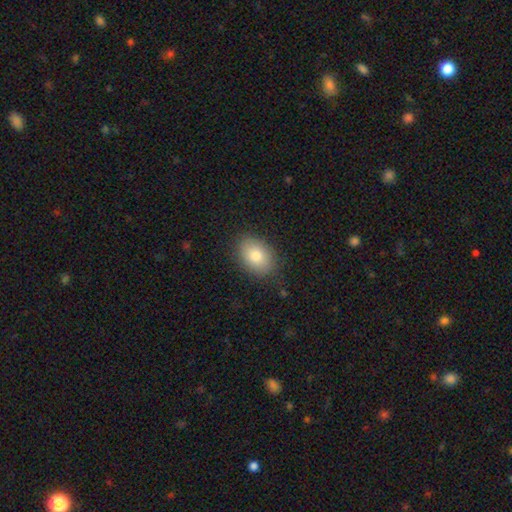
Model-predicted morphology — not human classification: This is clearly a smooth galaxy (80%). How rounded: likely in between (79%). Merging: clearly none (84%).